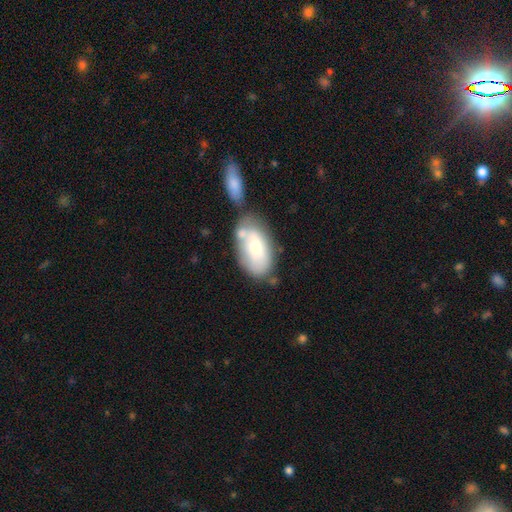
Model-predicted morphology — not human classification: Q: Smooth or featured?
A: smooth (64%); runner-up: featured or disk (30%)
Q: How rounded?
A: in between (93%); runner-up: round (5%)
Q: Merging?
A: none (43%); runner-up: merger (26%)